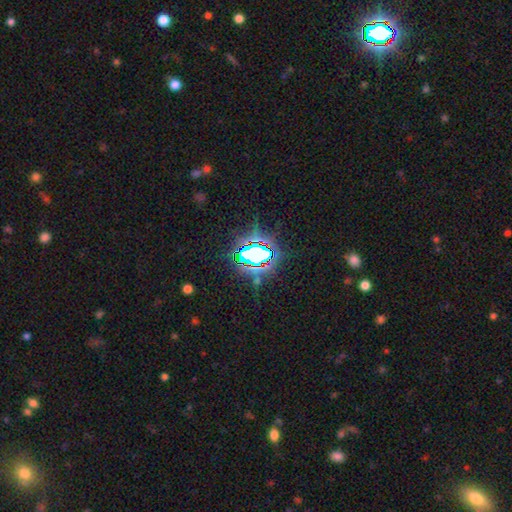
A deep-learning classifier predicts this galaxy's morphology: This is likely a star or artifact rather than a galaxy (74%).